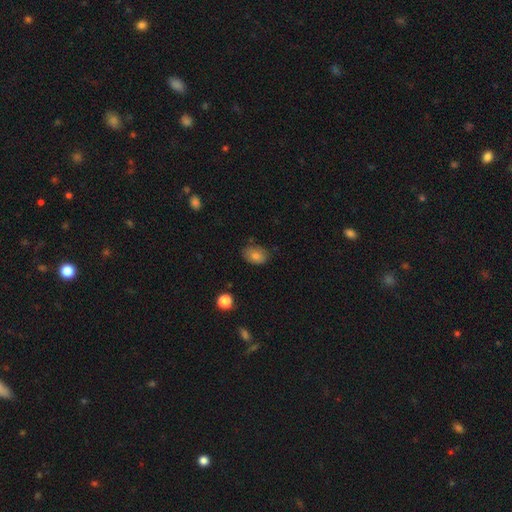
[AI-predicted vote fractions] This appears to be a smooth galaxy with no disk features (79%) that is in between round and cigar-shaped (81%). Merging: none (72%).